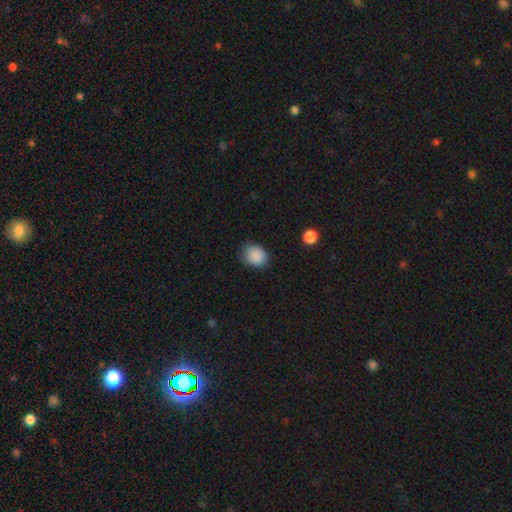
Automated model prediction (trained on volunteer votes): smooth-or-featured: smooth: 88% | star or artifact: 9% | featured or disk: 3%
  how-rounded: round: 63% | in between: 36% | cigar-shaped: 1%
  merging: none: 78% | minor disturbance: 17% | major disturbance: 4% | merger: 1%